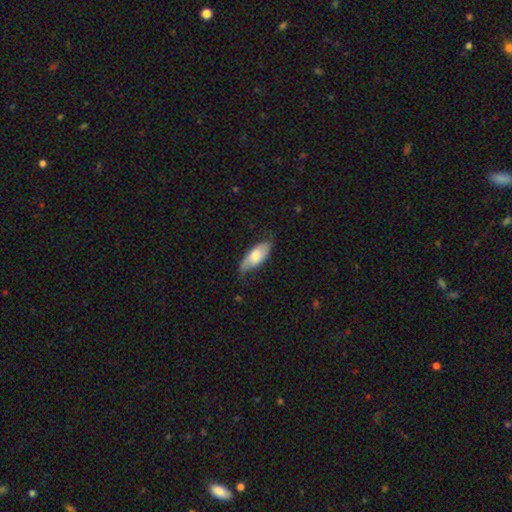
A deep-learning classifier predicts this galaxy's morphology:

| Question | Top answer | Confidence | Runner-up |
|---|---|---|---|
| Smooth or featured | smooth | 65% | featured or disk (29%) |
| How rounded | in between | 82% | cigar-shaped (16%) |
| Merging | none | 66% | minor disturbance (27%) |